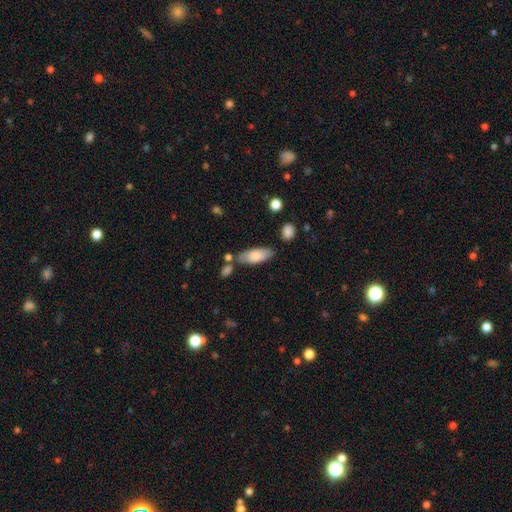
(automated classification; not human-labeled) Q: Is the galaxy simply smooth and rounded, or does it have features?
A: smooth — 79%.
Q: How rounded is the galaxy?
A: in between — 77%.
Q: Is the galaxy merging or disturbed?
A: none — 70%.